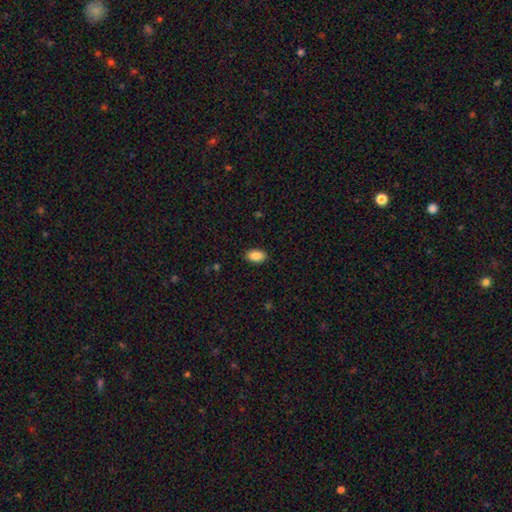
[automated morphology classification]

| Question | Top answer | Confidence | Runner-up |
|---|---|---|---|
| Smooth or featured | smooth | 89% | star or artifact (7%) |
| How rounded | in between | 92% | round (6%) |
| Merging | none | 89% | minor disturbance (8%) |